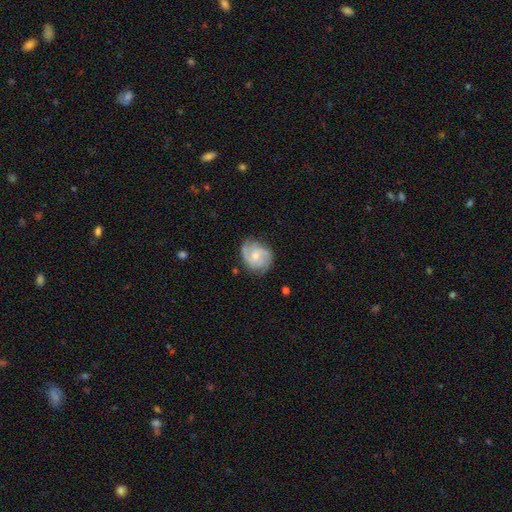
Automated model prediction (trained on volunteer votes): This appears to be a featured or disk galaxy (72%) with no bar (59%), 2 (51%) medium (47%) spiral arms (93%) and a small central bulge (47%). Merging: none (71%).